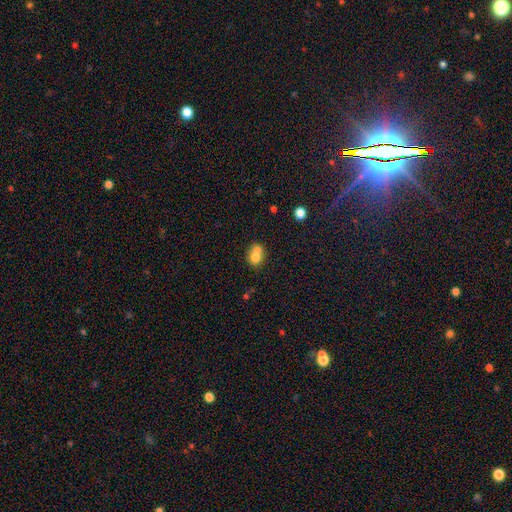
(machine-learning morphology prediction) Smooth or featured?
  - smooth: 73% *
  - featured or disk: 17%
  - star or artifact: 10%
How rounded?
  - round: 62% *
  - in between: 37%
  - cigar-shaped: 1%
Merging?
  - merger: 61% *
  - none: 28%
  - minor disturbance: 7%
  - major disturbance: 3%